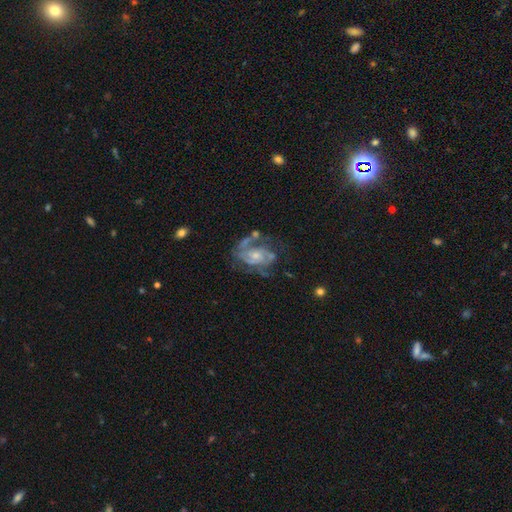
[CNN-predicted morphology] Smooth or featured: featured or disk — 83% (smooth — 10%)
Edge-on disk: no — 98% (yes — 2%)
Bar: no — 65% (weak — 29%)
Spiral arms: yes — 88% (no — 12%)
Spiral winding: medium — 44% (tight — 41%)
Spiral arm count: 2 — 48% (can't tell — 24%)
Bulge size: small — 54% (moderate — 37%)
Merging: none — 45% (major disturbance — 25%)